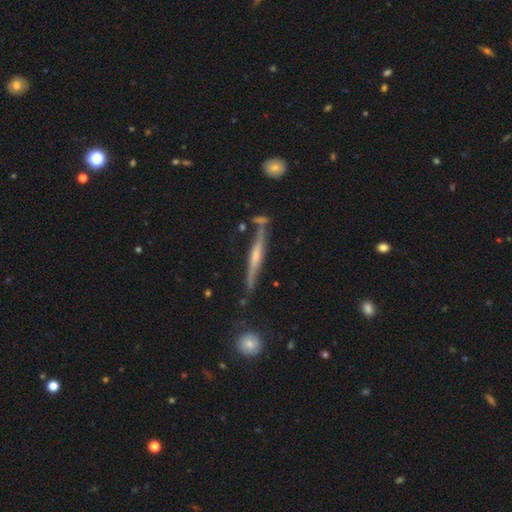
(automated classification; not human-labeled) Smooth or featured? featured or disk (74%)
Edge-on disk? yes (96%)
Edge-on bulge? rounded (56%)
Merging? none (77%)